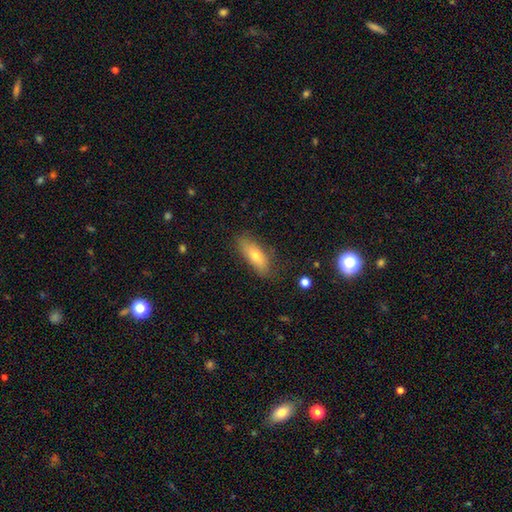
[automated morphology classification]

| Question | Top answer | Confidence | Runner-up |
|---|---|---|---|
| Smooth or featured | smooth | 70% | featured or disk (22%) |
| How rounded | in between | 67% | cigar-shaped (30%) |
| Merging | none | 78% | minor disturbance (16%) |